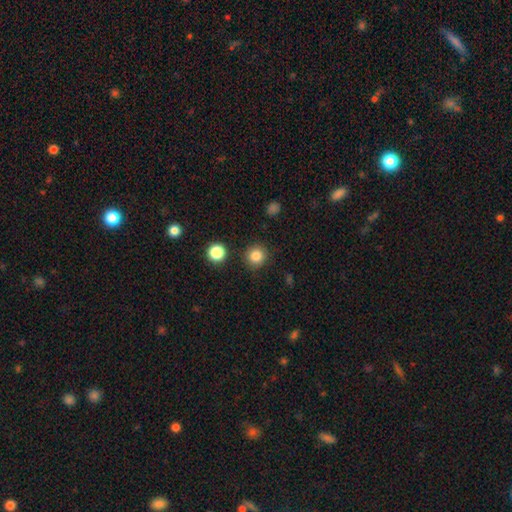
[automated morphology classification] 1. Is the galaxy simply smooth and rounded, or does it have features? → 84% smooth, 11% star or artifact, 5% featured or disk.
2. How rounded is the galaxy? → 94% round, 6% in between, 1% cigar-shaped.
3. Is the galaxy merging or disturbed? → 89% none, 6% minor disturbance, 2% major disturbance, 2% merger.